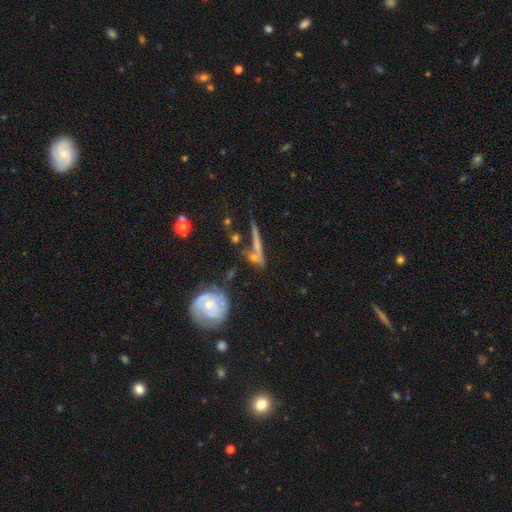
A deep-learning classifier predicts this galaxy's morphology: A featured or disk galaxy (46%).

Vote fractions:
- Smooth or featured? featured or disk: 46% / smooth: 42% / star or artifact: 12%
- Merging? none: 52% / merger: 24% / minor disturbance: 16% / major disturbance: 9%